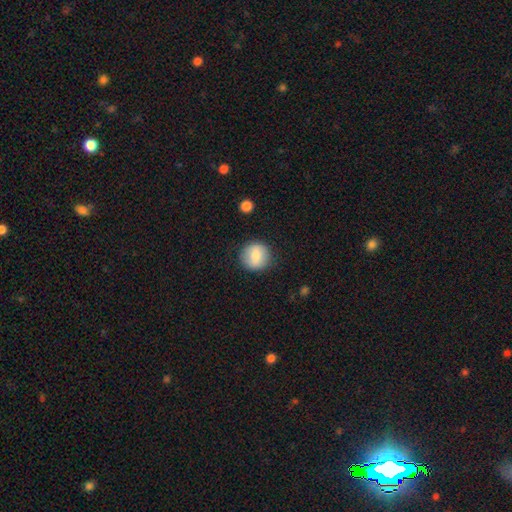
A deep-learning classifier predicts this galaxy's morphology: Smooth or featured: smooth — 81% (featured or disk — 12%)
How rounded: round — 92% (in between — 7%)
Merging: none — 87% (minor disturbance — 9%)